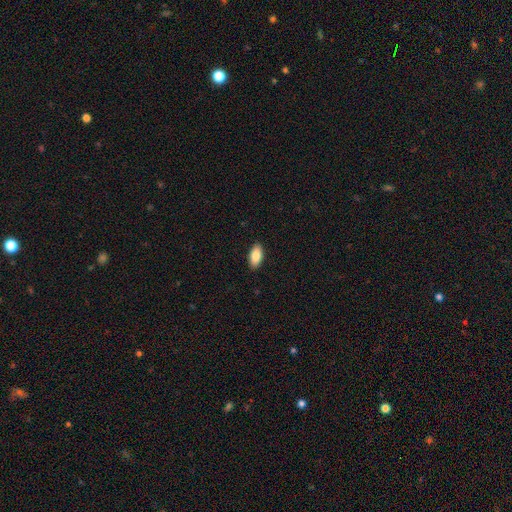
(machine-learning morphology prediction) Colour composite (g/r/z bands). It shows a smooth galaxy with no disk features (86%) that is in between round and cigar-shaped (93%). Merging: none (90%).